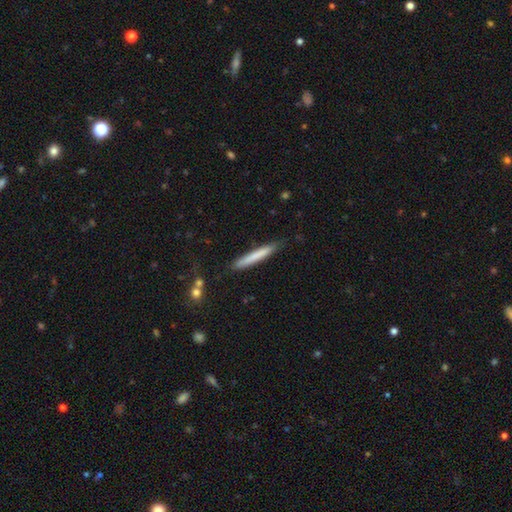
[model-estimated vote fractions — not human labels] Overall: smooth (73%). How rounded: cigar-shaped (96%). Merging: none (85%).